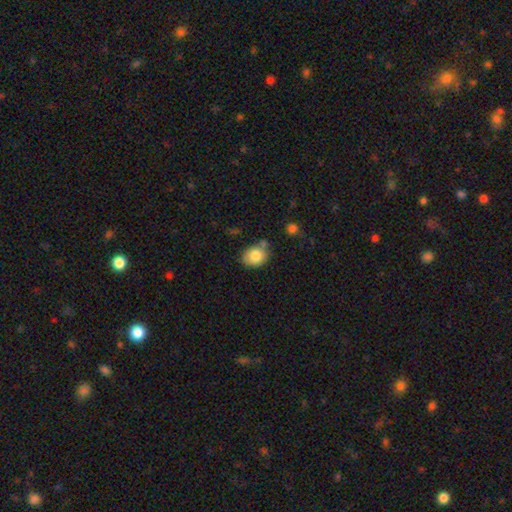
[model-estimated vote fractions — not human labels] This is clearly a smooth galaxy (82%). How rounded: possibly in between (53%). Merging: likely none (63%).